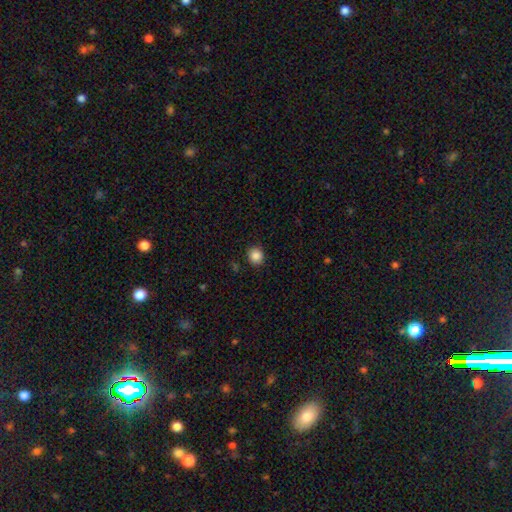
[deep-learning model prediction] smooth-or-featured: smooth: 86% | star or artifact: 10% | featured or disk: 4%
  how-rounded: round: 86% | in between: 13% | cigar-shaped: 1%
  merging: none: 90% | minor disturbance: 7% | major disturbance: 2% | merger: 1%